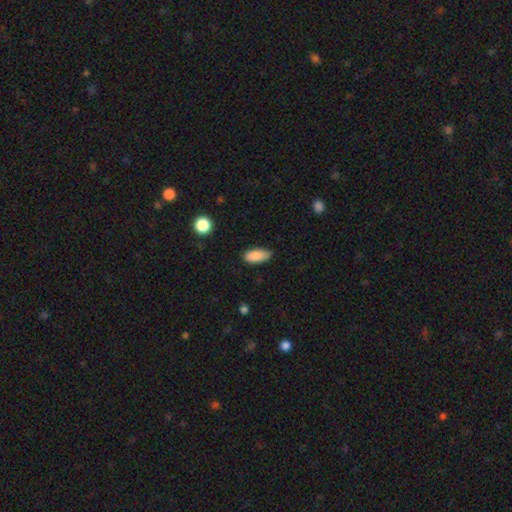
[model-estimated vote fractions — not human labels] The model was most divided on "merging": none: 73%, minor disturbance: 23%, major disturbance: 3%, merger: 1%. More confident: smooth or featured — smooth (87%); how rounded — in between (87%).